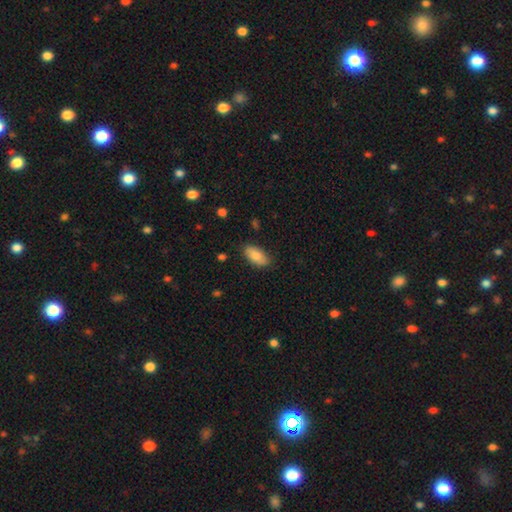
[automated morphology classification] The model was most divided on "merging": none: 82%, minor disturbance: 14%, major disturbance: 3%, merger: 1%. More confident: how rounded — in between (91%); smooth or featured — smooth (82%).